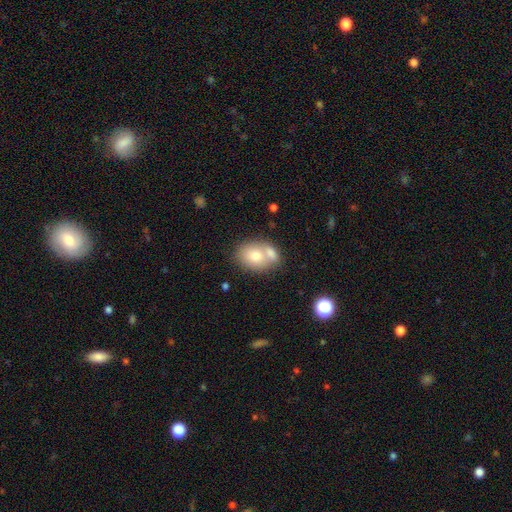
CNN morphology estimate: A smooth galaxy with no disk features (73%) that is in between round and cigar-shaped (65%). Merging: merger (49%).